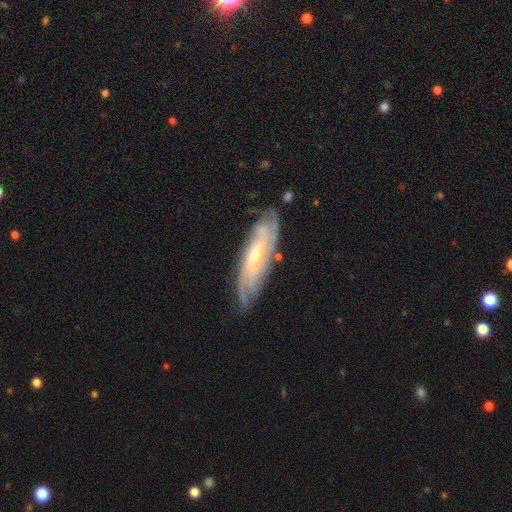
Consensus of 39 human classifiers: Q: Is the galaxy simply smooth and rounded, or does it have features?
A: featured or disk — 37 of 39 (95%).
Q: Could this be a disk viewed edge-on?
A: no — 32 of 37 (86%).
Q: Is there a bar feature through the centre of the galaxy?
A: no — 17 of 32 (53%).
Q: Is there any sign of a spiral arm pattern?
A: yes — 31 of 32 (97%).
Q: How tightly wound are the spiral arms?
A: tight — 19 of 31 (61%).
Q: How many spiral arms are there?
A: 4 — 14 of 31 (45%).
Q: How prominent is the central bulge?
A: small — 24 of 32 (75%).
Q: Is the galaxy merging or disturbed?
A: none — 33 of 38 (87%).